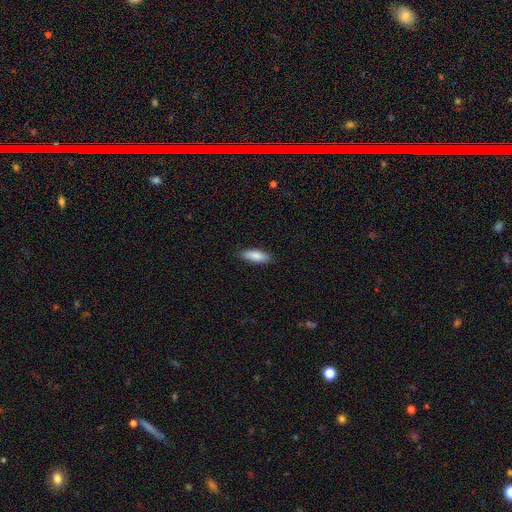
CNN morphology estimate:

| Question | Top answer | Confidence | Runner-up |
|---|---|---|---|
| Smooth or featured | smooth | 85% | featured or disk (9%) |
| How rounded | in between | 63% | cigar-shaped (35%) |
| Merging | none | 87% | minor disturbance (10%) |